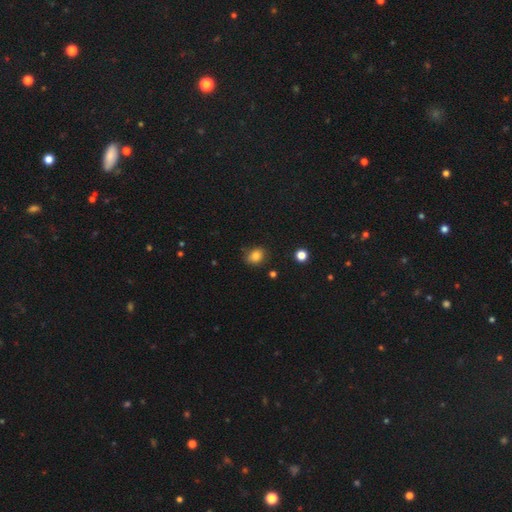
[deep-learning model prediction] The model was most divided on "how rounded": round: 52%, in between: 47%, cigar-shaped: 1%. More confident: smooth or featured — smooth (83%); merging — none (72%).